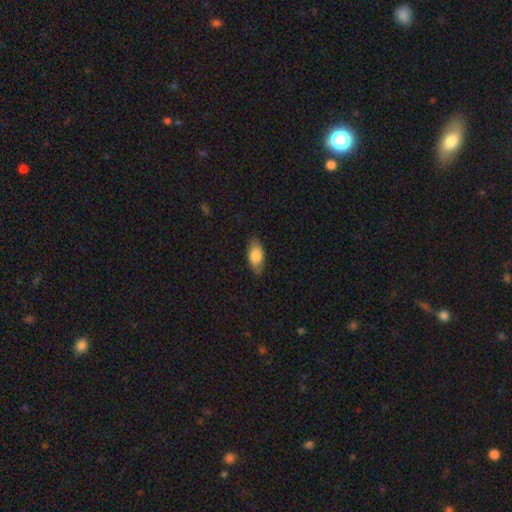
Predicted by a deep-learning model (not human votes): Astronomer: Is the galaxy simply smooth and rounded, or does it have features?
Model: smooth — 80%.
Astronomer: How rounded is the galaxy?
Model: in between — 88%.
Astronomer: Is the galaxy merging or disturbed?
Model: none — 81%.